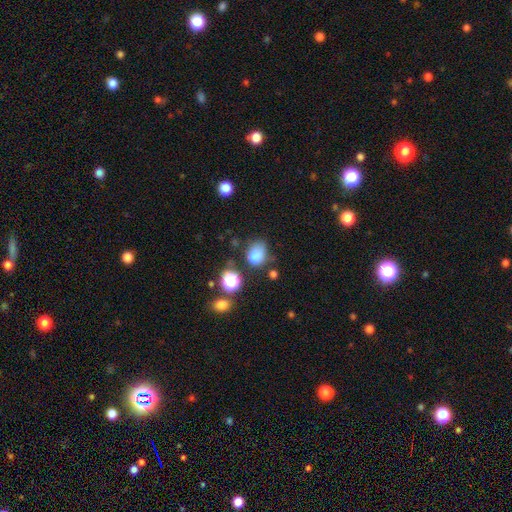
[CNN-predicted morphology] A smooth galaxy with no disk features (78%) that is in between round and cigar-shaped (54%).

Vote fractions:
- Smooth or featured? smooth: 78% / star or artifact: 14% / featured or disk: 8%
- How rounded? in between: 54% / round: 45% / cigar-shaped: 1%
- Merging? none: 53% / minor disturbance: 28% / major disturbance: 11% / merger: 8%